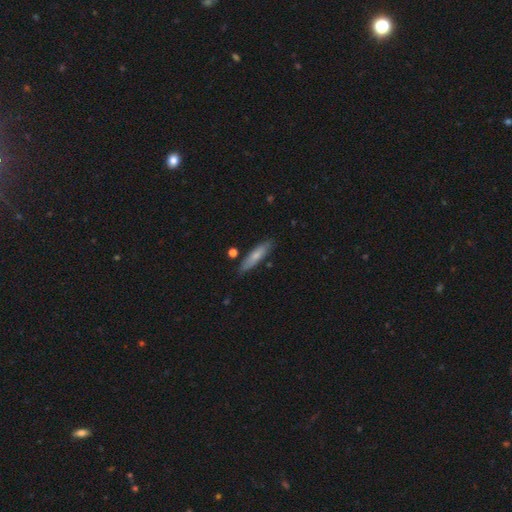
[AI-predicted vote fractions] smooth_or_featured: smooth (p=0.72) [alt: featured or disk p=0.22]
how_rounded: cigar-shaped (p=0.79) [alt: in between p=0.19]
merging: none (p=0.83) [alt: minor disturbance p=0.12]